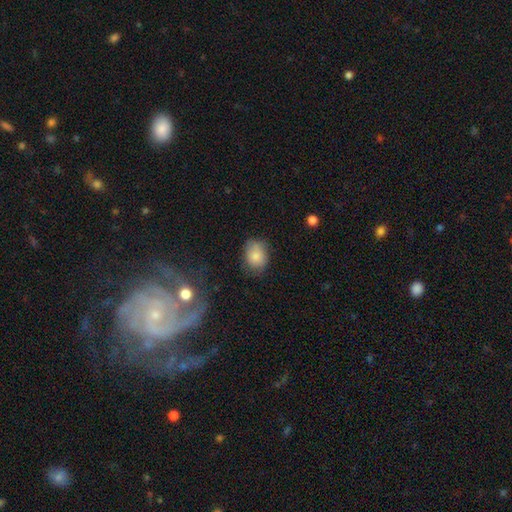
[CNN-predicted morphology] Smooth or featured? Predicted: smooth (p=0.81). How rounded? Predicted: in between (p=0.59). Merging? Predicted: none (p=0.64).